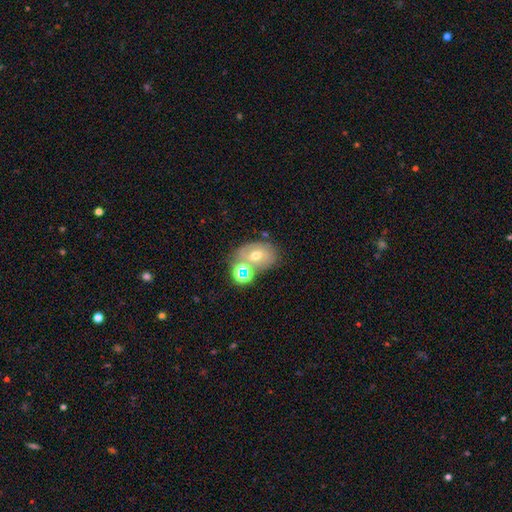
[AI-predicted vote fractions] smooth-or-featured: smooth: 46% | featured or disk: 34% | star or artifact: 20%
  merging: none: 51% | merger: 26% | minor disturbance: 16% | major disturbance: 8%